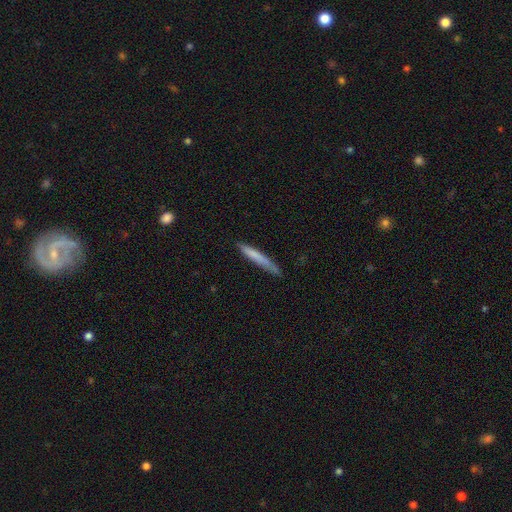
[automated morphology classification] This appears to be a smooth galaxy with no disk features (70%) that is cigar-shaped (95%). Merging: none (77%).